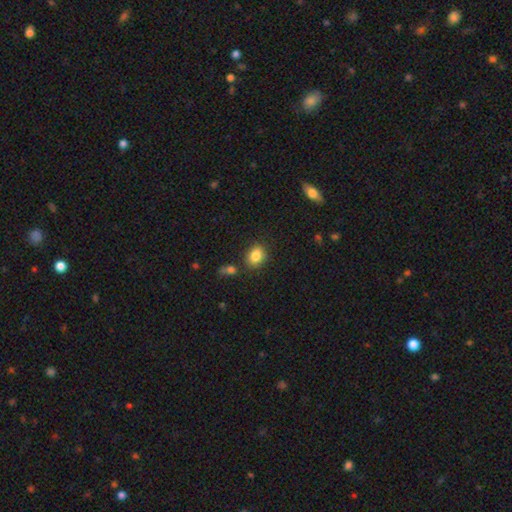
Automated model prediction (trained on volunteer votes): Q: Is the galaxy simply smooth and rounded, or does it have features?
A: smooth — 85%.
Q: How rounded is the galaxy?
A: in between — 64%.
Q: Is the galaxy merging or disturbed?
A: none — 78%.